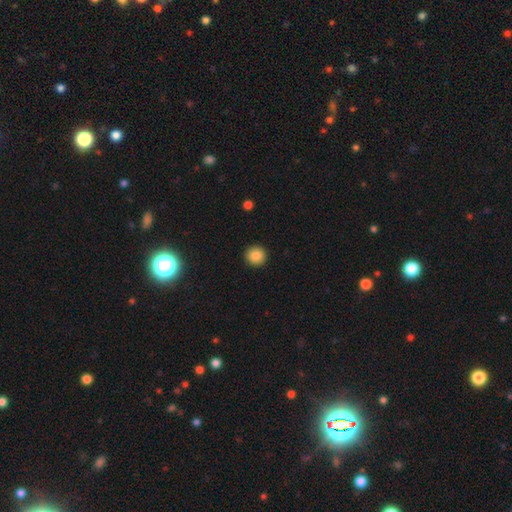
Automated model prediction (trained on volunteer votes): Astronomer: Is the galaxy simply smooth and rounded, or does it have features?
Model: smooth — 87%.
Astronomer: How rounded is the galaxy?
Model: round — 93%.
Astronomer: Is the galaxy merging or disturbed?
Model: none — 92%.